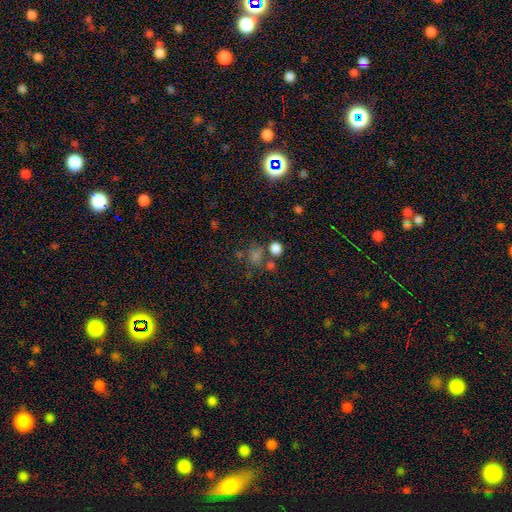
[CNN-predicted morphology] The model was most divided on "smooth or featured": smooth: 52%, star or artifact: 39%, featured or disk: 9%. More confident: how rounded — round (84%); merging — none (64%).